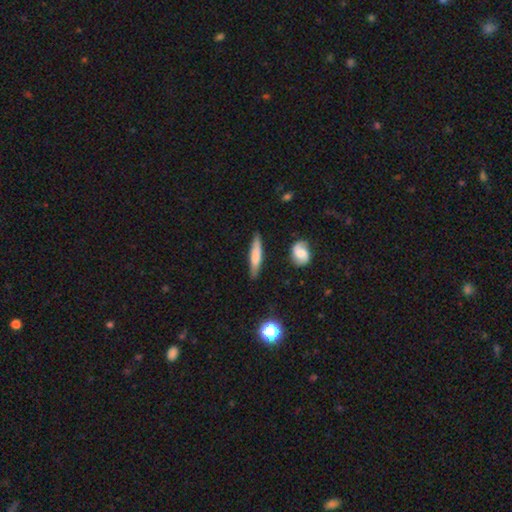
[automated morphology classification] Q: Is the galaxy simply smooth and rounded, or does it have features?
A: smooth — 67%.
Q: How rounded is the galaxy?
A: cigar-shaped — 86%.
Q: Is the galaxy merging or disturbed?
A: none — 81%.